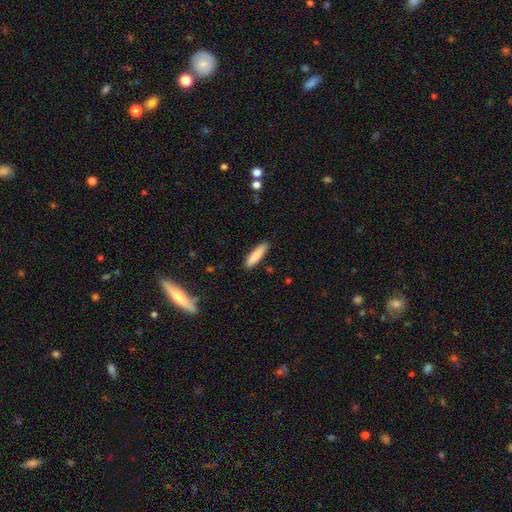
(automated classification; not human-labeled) smooth-or-featured: smooth: 87% | featured or disk: 7% | star or artifact: 6%
  how-rounded: cigar-shaped: 70% | in between: 28% | round: 1%
  merging: none: 88% | minor disturbance: 9% | major disturbance: 2% | merger: 1%